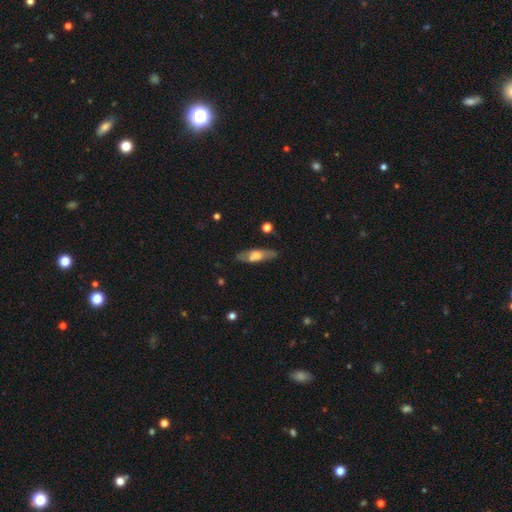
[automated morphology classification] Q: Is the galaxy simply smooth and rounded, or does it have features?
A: smooth — 48%.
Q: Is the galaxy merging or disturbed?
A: none — 79%.